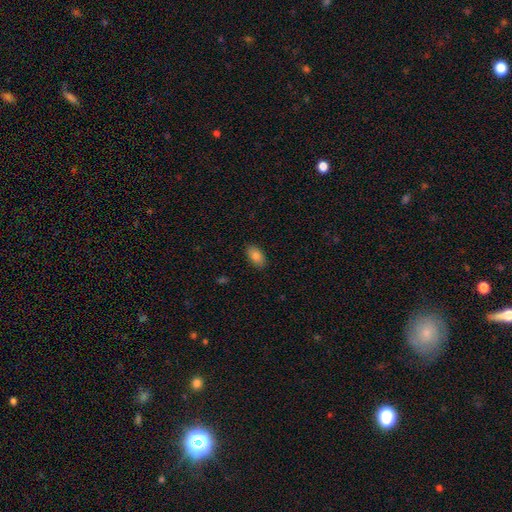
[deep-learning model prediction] smooth-or-featured: smooth: 84% | star or artifact: 8% | featured or disk: 8%
  how-rounded: in between: 93% | round: 5% | cigar-shaped: 2%
  merging: none: 88% | minor disturbance: 9% | major disturbance: 2% | merger: 1%